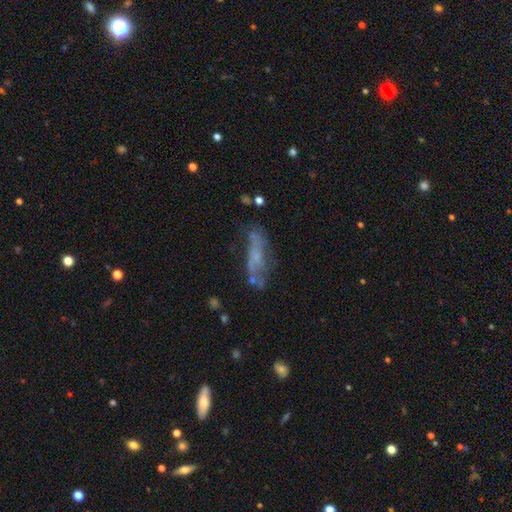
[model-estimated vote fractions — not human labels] This is possibly a featured or disk galaxy (50%). Merging: possibly none (50%).